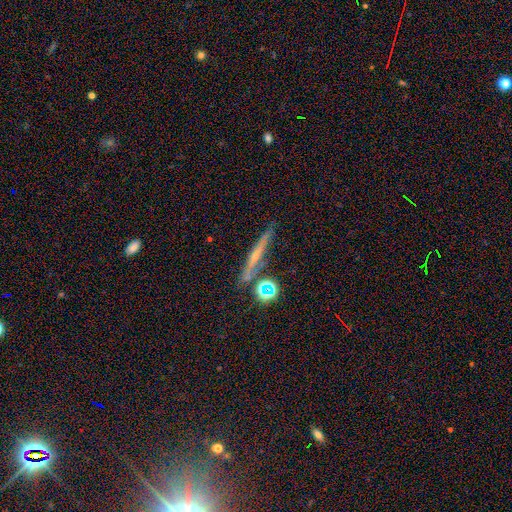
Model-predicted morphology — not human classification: type=featured or disk (52%); edge-on=yes (91%); merging=none (77%).